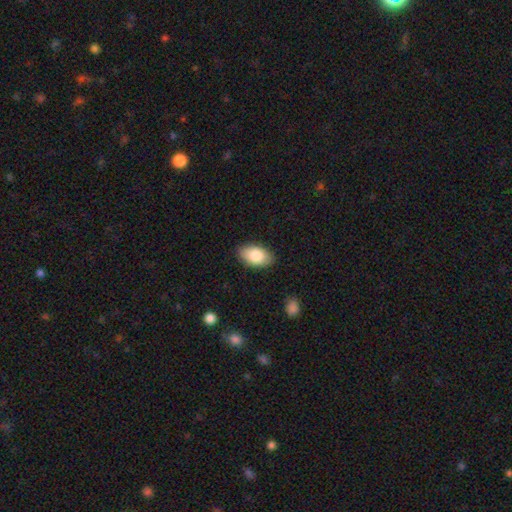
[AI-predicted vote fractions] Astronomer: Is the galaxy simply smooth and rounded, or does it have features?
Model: smooth — 85%.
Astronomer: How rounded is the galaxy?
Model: in between — 93%.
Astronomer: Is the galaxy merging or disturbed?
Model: none — 86%.